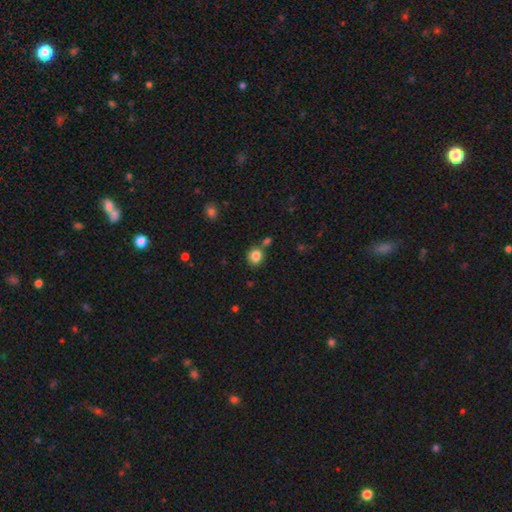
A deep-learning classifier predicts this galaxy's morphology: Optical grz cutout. It shows a smooth galaxy with no disk features (84%) that is round (84%). Merging: none (74%).